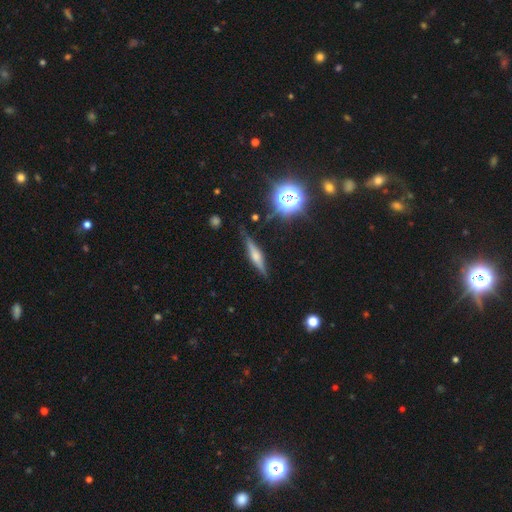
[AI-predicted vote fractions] This is likely a featured or disk galaxy (63%). It is clearly viewed edge-on (96%). Edge-on bulge: likely rounded (77%). Merging: clearly none (84%).